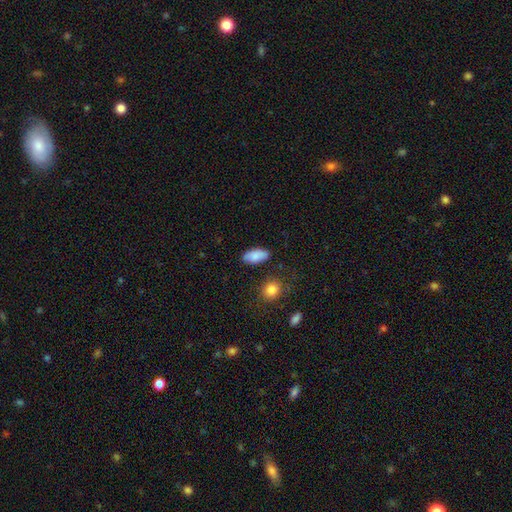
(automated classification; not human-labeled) smooth_or_featured: smooth (p=0.87) [alt: featured or disk p=0.07]
how_rounded: in between (p=0.90) [alt: cigar-shaped p=0.07]
merging: none (p=0.83) [alt: minor disturbance p=0.12]